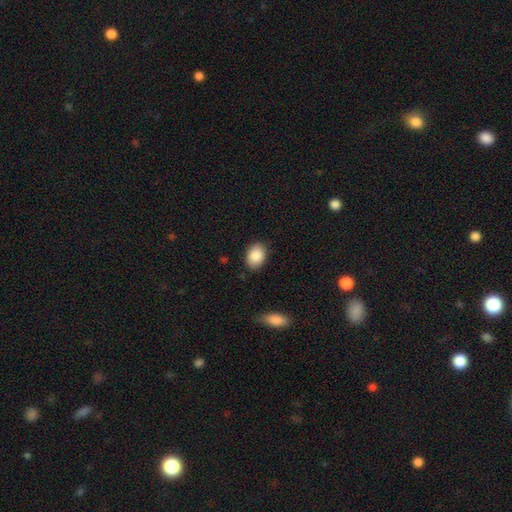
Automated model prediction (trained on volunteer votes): Smooth or featured? Predicted: smooth (p=0.88). How rounded? Predicted: in between (p=0.71). Merging? Predicted: none (p=0.85).